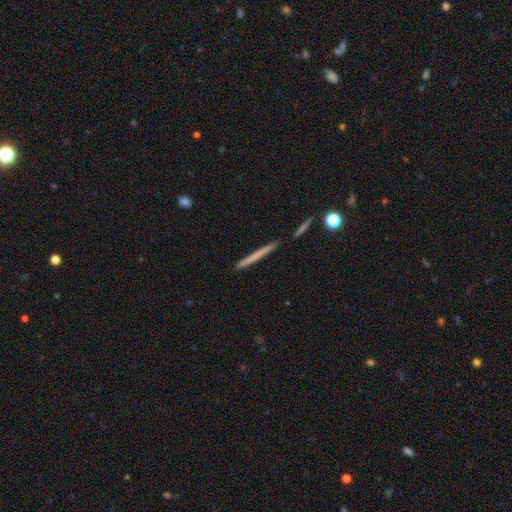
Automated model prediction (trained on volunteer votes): Overall: smooth (59%; featured or disk 35%). How rounded: cigar-shaped (97%). Merging: none (88%).